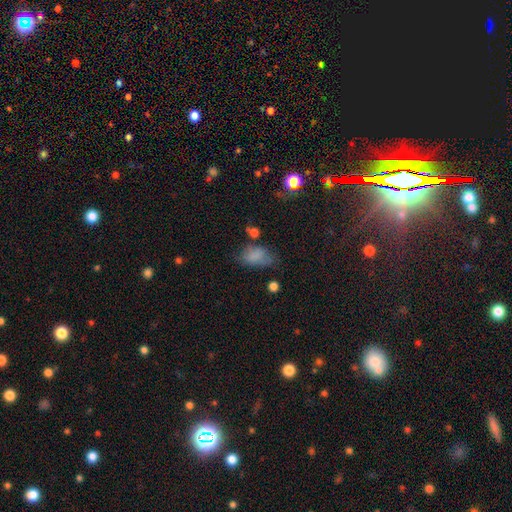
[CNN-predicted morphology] smooth_or_featured: smooth (p=0.75) [alt: featured or disk p=0.13]
how_rounded: in between (p=0.89) [alt: round p=0.09]
merging: none (p=0.46) [alt: minor disturbance p=0.31]